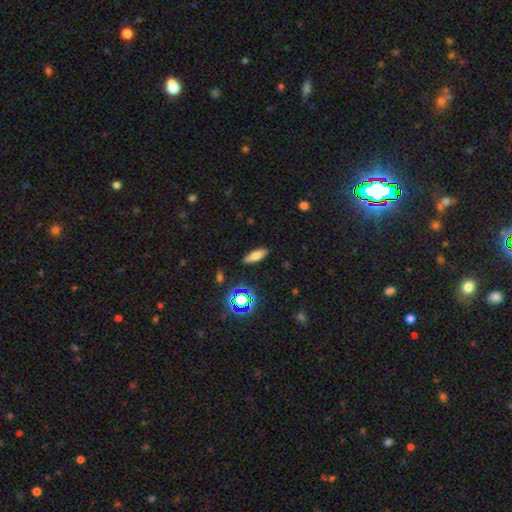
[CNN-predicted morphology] This is likely a smooth galaxy (72%). How rounded: possibly in between (54%). Merging: clearly none (88%).